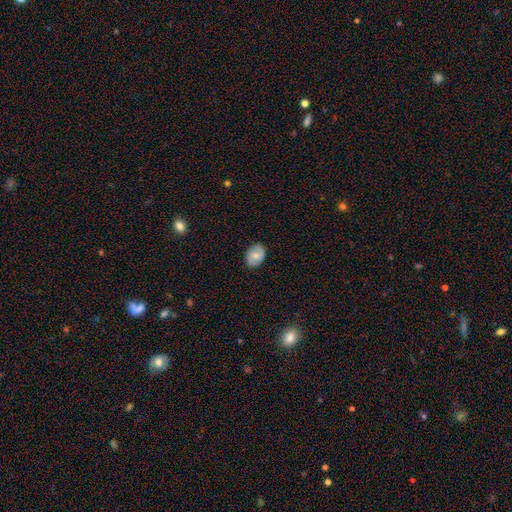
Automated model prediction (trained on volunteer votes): Q: Smooth or featured?
A: smooth (62%); runner-up: featured or disk (30%)
Q: How rounded?
A: in between (69%); runner-up: round (30%)
Q: Merging?
A: none (83%); runner-up: minor disturbance (13%)